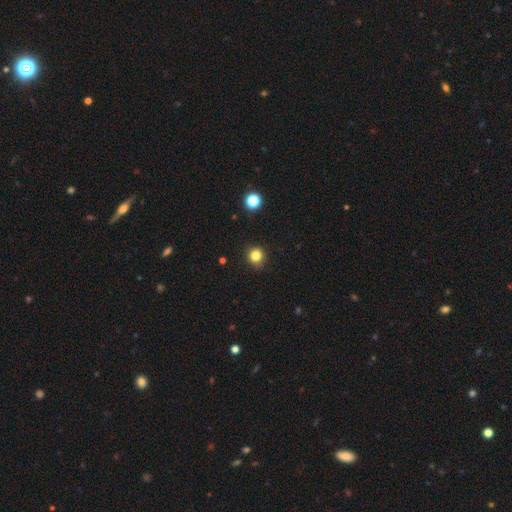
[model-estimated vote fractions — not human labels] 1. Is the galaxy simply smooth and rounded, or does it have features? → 82% smooth, 13% star or artifact, 5% featured or disk.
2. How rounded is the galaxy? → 89% round, 10% in between, 1% cigar-shaped.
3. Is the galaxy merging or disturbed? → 88% none, 9% minor disturbance, 2% major disturbance, 1% merger.